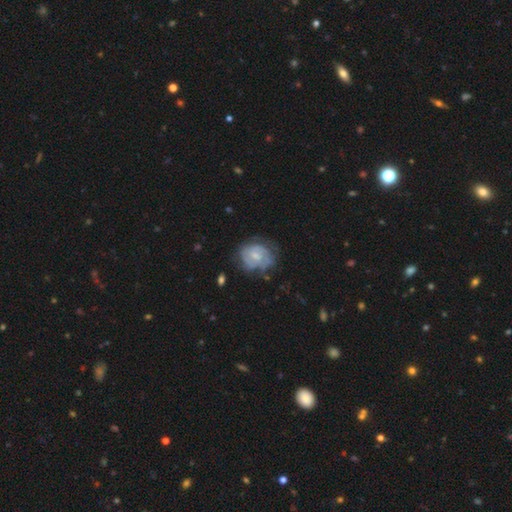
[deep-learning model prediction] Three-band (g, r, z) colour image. It shows a featured or disk galaxy (65%) with no bar (56%), spiral arms (75%) and a small central bulge (54%). Merging: none (55%).